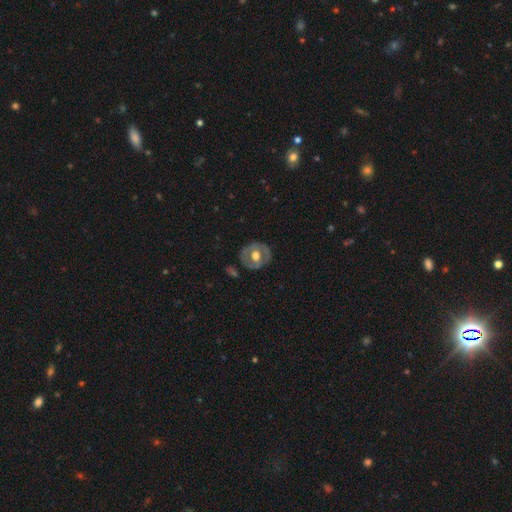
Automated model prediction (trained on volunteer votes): Morphology: type=featured or disk (56%); edge-on=no (95%); bar=no (72%); spiral arms=no (79%); bulge=moderate (63%); merging=none (80%).